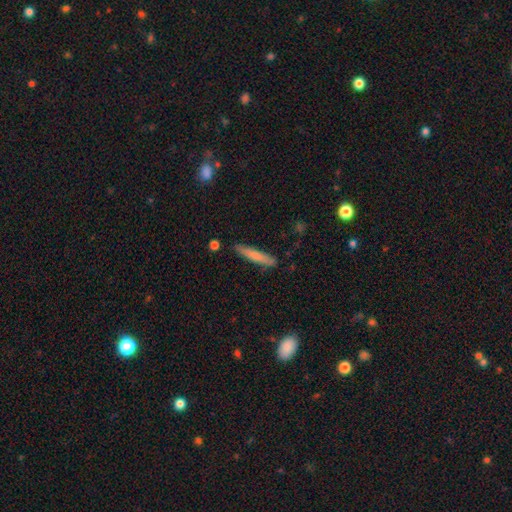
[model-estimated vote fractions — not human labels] This appears to be a smooth galaxy with no disk features (72%) that is cigar-shaped (93%). Merging: none (86%).